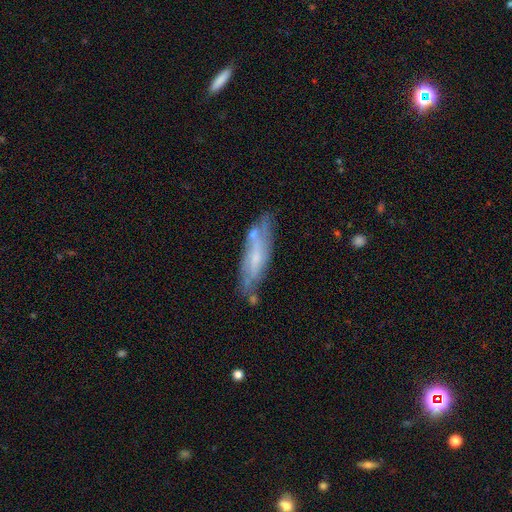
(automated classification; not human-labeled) Smooth or featured?
  - featured or disk: 58% *
  - smooth: 35%
  - star or artifact: 7%
Edge-on disk?
  - no: 56% *
  - yes: 44%
Merging?
  - none: 64% *
  - minor disturbance: 22%
  - merger: 8%
  - major disturbance: 7%